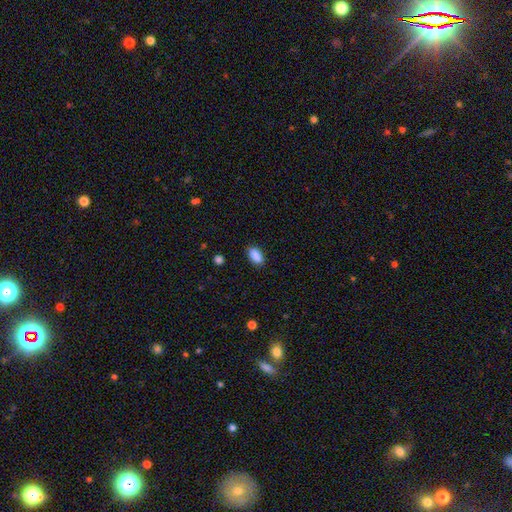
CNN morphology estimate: This is clearly a smooth galaxy (89%). How rounded: clearly in between (92%). Merging: clearly none (87%).